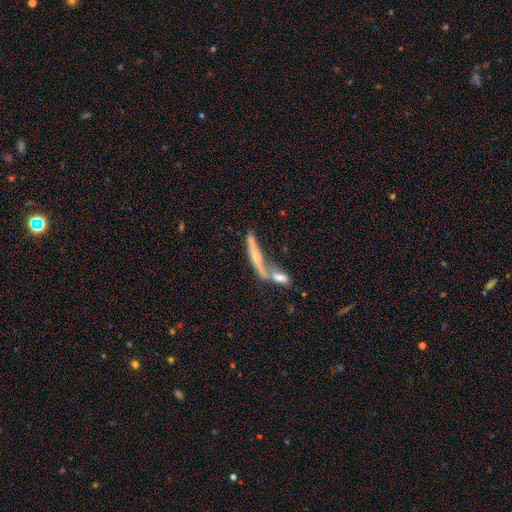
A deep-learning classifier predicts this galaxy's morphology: Smooth or featured? featured or disk (55%)
Edge-on disk? yes (80%)
Merging? merger (51%)